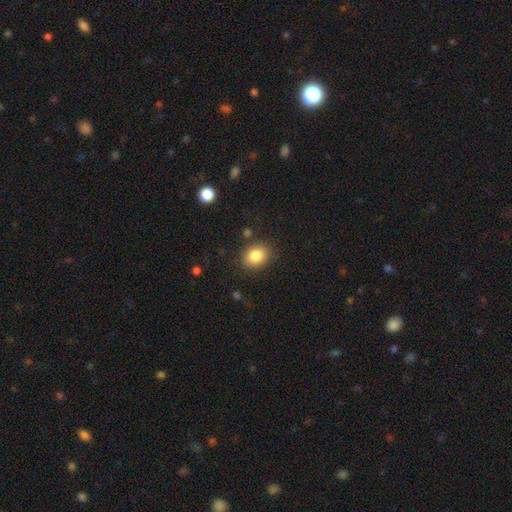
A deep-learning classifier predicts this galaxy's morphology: A smooth galaxy with no disk features (85%) that is in between round and cigar-shaped (51%).

Vote fractions:
- Smooth or featured? smooth: 85% / star or artifact: 9% / featured or disk: 6%
- How rounded? in between: 51% / round: 48% / cigar-shaped: 1%
- Merging? none: 83% / minor disturbance: 11% / major disturbance: 3% / merger: 3%